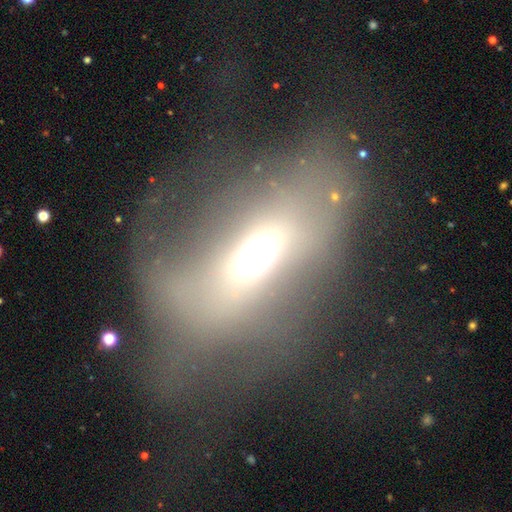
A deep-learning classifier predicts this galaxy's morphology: Smooth or featured? Predicted: smooth (p=0.41). Merging? Predicted: major disturbance (p=0.48).